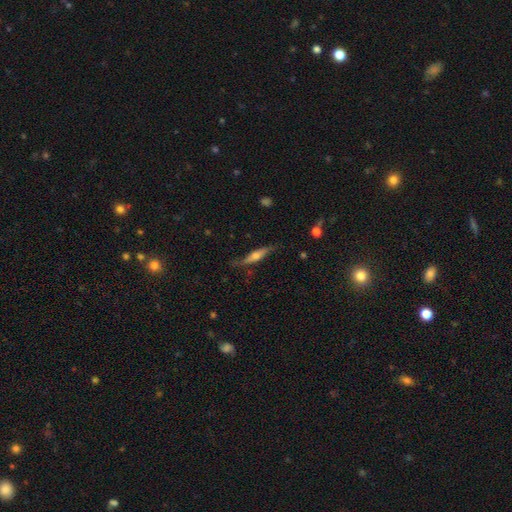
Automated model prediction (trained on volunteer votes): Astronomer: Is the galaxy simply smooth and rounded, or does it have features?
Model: featured or disk — 57% (runner-up: smooth, 37%).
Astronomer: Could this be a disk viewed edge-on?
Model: yes — 87%.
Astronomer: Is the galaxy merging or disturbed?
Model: none — 72%.